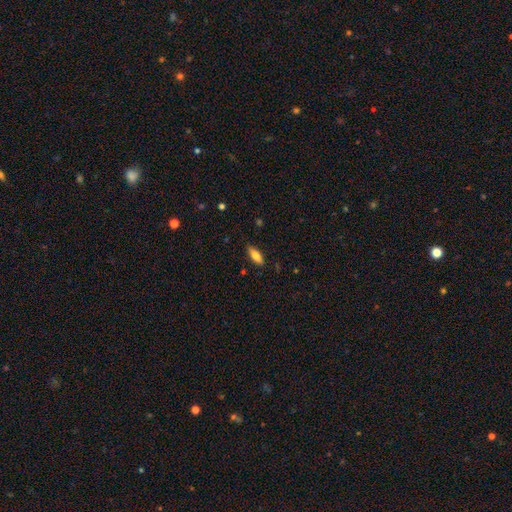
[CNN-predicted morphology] type=smooth (78%); roundness=in between (71%); merging=none (84%).